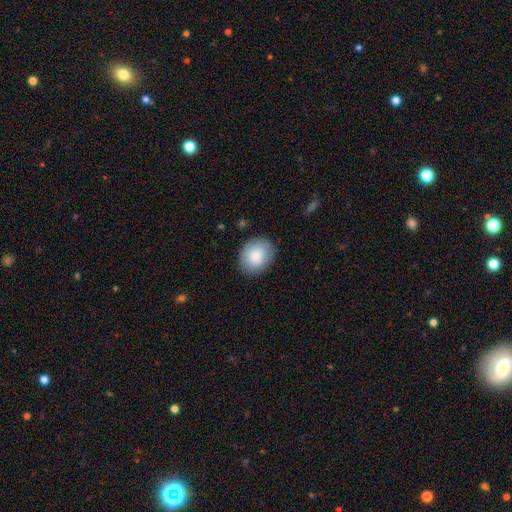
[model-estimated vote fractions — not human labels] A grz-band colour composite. It shows a smooth galaxy with no disk features (85%) that is round (51%). Merging: none (85%).